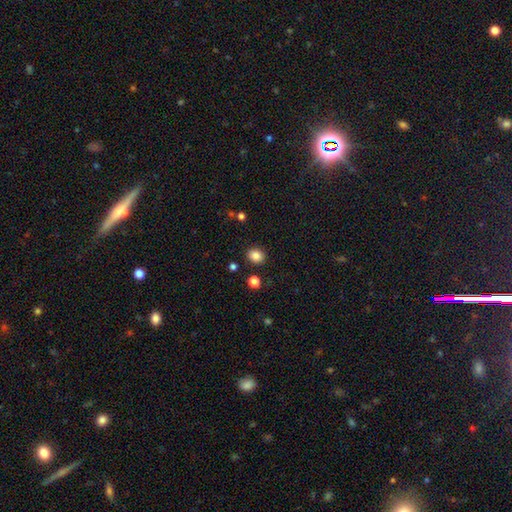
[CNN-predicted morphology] A smooth galaxy with no disk features (85%) that is round (68%). Merging: none (88%).